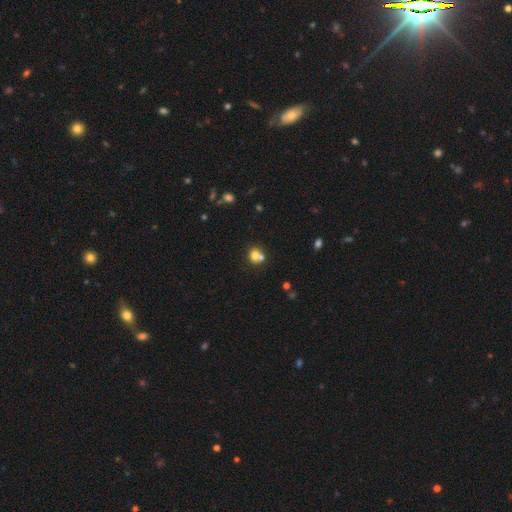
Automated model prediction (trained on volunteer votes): Smooth or featured: smooth — 74% (featured or disk — 13%)
How rounded: round — 77% (in between — 22%)
Merging: merger — 45% (none — 44%)